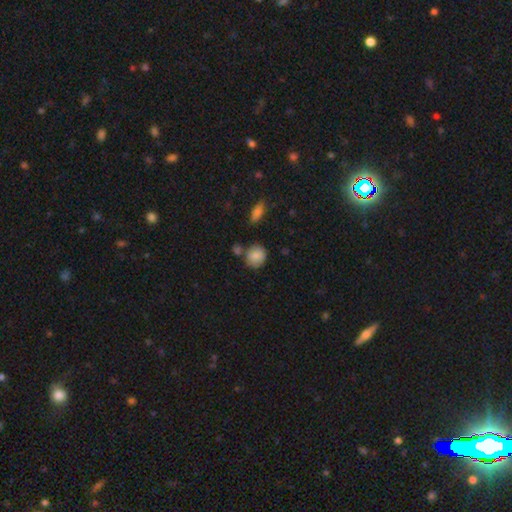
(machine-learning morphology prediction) Overall: smooth (85%). How rounded: round (76%). Merging: none (65%).